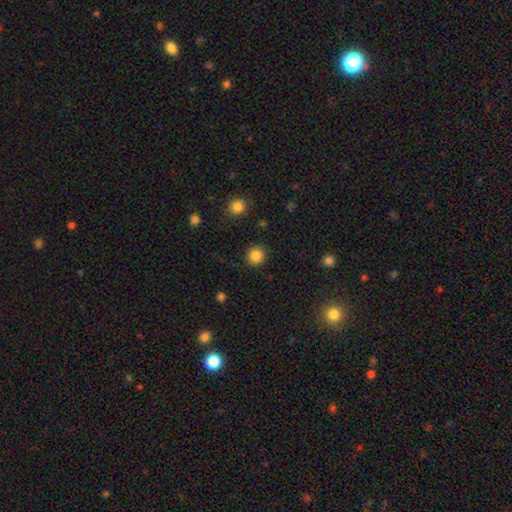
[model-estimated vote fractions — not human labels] smooth_or_featured: smooth (p=0.86) [alt: star or artifact p=0.11]
how_rounded: round (p=0.92) [alt: in between p=0.07]
merging: none (p=0.88) [alt: minor disturbance p=0.08]